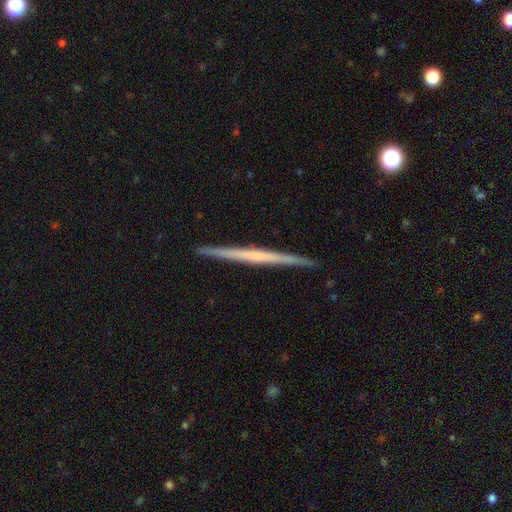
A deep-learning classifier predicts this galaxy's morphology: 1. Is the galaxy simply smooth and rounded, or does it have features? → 63% featured or disk, 31% smooth, 5% star or artifact.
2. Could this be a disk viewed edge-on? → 98% yes, 2% no.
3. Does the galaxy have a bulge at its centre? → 80% none, 12% rounded, 8% boxy.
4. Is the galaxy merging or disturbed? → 92% none, 6% minor disturbance, 1% major disturbance, 1% merger.